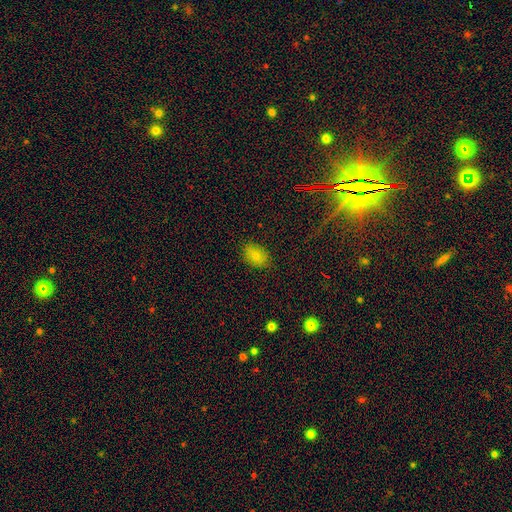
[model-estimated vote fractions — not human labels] Smooth or featured? Predicted: smooth (p=0.82). How rounded? Predicted: in between (p=0.83). Merging? Predicted: none (p=0.81).